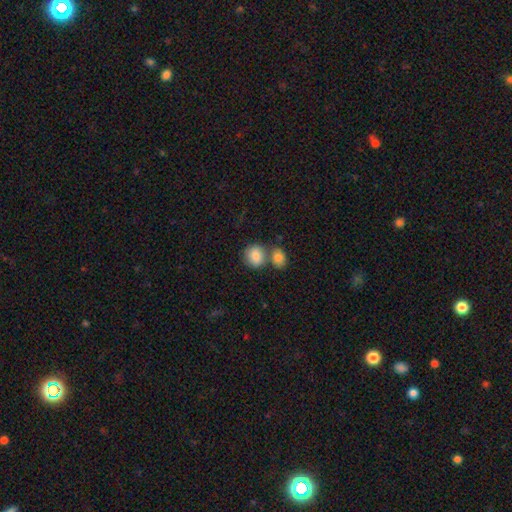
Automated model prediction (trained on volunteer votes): Smooth or featured? Predicted: smooth (p=0.85). How rounded? Predicted: round (p=0.72). Merging? Predicted: none (p=0.49).